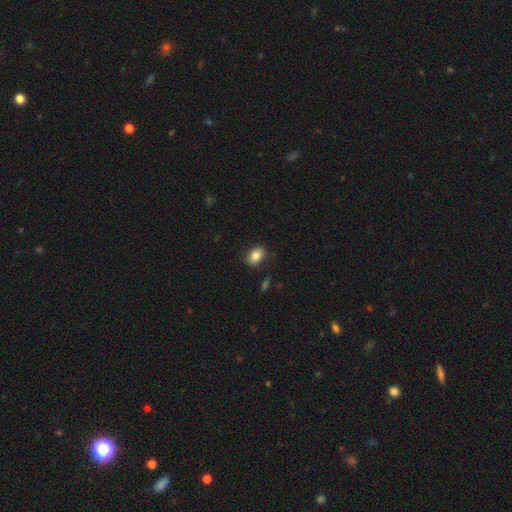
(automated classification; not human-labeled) A smooth galaxy with no disk features (83%) that is in between round and cigar-shaped (80%).

Vote fractions:
- Smooth or featured? smooth: 83% / featured or disk: 9% / star or artifact: 8%
- How rounded? in between: 80% / round: 18% / cigar-shaped: 1%
- Merging? none: 85% / minor disturbance: 11% / major disturbance: 3% / merger: 2%